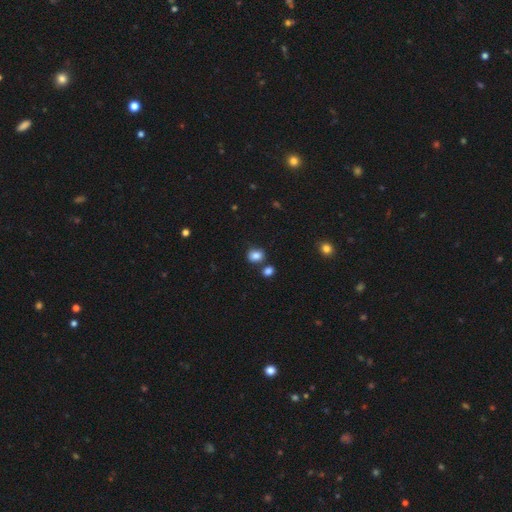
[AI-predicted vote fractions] A smooth galaxy with no disk features (84%) that is round (57%). Merging: none (70%).